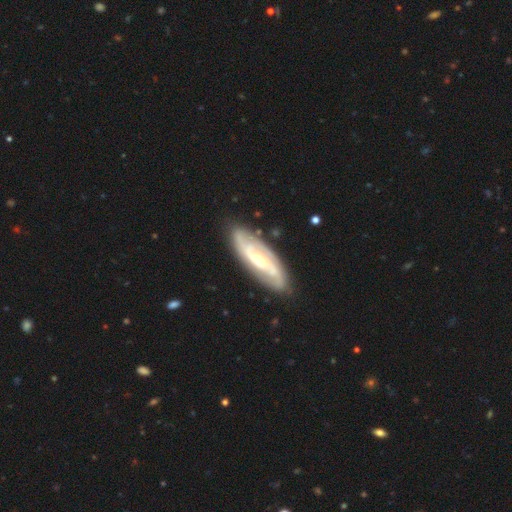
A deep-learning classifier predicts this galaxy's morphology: Smooth or featured?
  - featured or disk: 81% *
  - smooth: 13%
  - star or artifact: 5%
Edge-on disk?
  - no: 86% *
  - yes: 14%
Bar?
  - weak: 39% *
  - no: 34%
  - strong: 27%
Spiral arms?
  - yes: 91% *
  - no: 9%
Spiral winding?
  - medium: 40% *
  - tight: 35%
  - loose: 25%
Spiral arm count?
  - 2: 73% *
  - can't tell: 16%
  - 3: 5%
  - 4: 2%
  - 1: 2%
  - more than 4: 2%
Bulge size?
  - small: 50% *
  - moderate: 46%
  - large: 2%
  - none: 1%
  - dominant: 1%
Merging?
  - none: 84% *
  - minor disturbance: 11%
  - major disturbance: 3%
  - merger: 1%